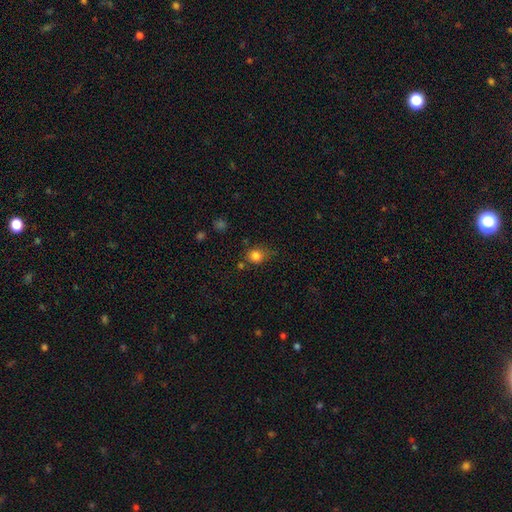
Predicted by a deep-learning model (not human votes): smooth 82%, star or artifact 13%, featured or disk 6%. Down the decision tree: how rounded — round (70%); merging — none (63%).